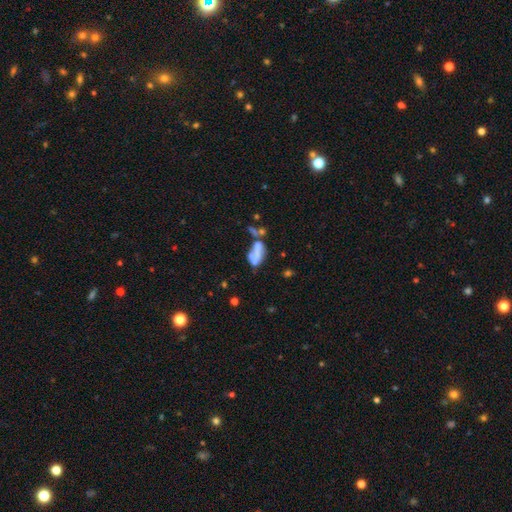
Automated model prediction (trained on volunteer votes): A smooth galaxy with no disk features (46%).

Vote fractions:
- Smooth or featured? smooth: 46% / featured or disk: 41% / star or artifact: 13%
- Merging? merger: 40% / major disturbance: 26% / none: 19% / minor disturbance: 15%